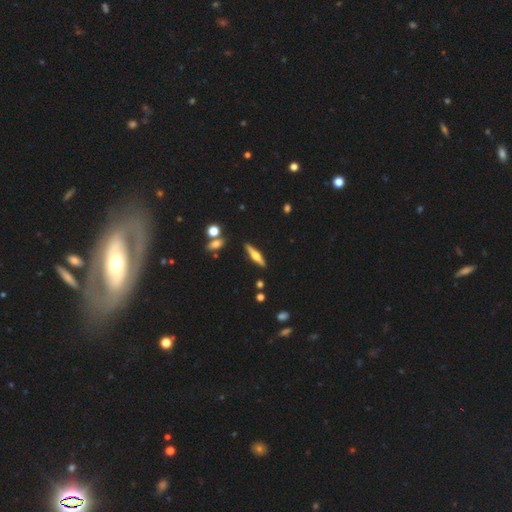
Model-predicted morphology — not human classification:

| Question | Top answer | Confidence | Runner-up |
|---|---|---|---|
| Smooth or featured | featured or disk | 64% | smooth (29%) |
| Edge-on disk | yes | 96% | no (4%) |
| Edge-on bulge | rounded | 92% | boxy (5%) |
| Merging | none | 87% | minor disturbance (8%) |